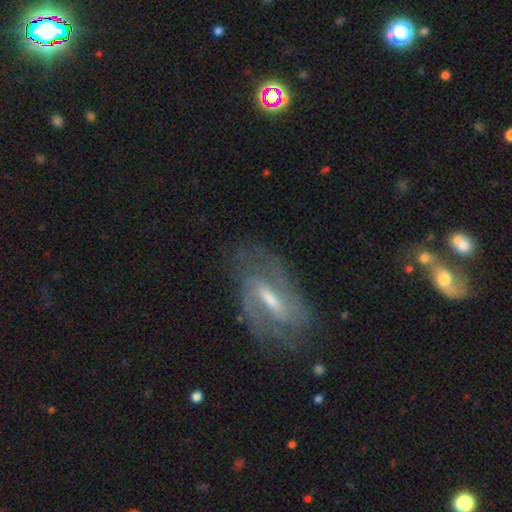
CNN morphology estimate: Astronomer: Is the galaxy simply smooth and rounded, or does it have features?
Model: featured or disk — 81%.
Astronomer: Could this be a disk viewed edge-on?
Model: no — 91%.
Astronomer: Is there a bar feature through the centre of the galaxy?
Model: weak — 45% (runner-up: strong, 43%).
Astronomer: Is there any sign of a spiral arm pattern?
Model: yes — 92%.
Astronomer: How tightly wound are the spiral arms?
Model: medium — 46% (runner-up: tight, 35%).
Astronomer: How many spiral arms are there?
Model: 2 — 66%.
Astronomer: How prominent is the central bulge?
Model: moderate — 45% (runner-up: small, 43%).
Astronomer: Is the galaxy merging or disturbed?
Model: none — 75%.